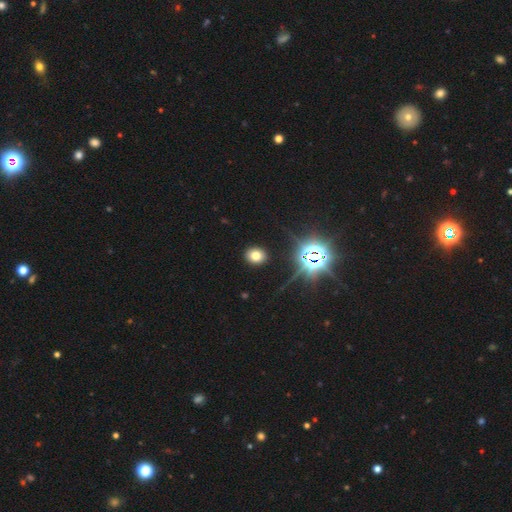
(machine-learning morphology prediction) This is likely a smooth galaxy (71%). How rounded: possibly round (57%). Merging: clearly none (90%).